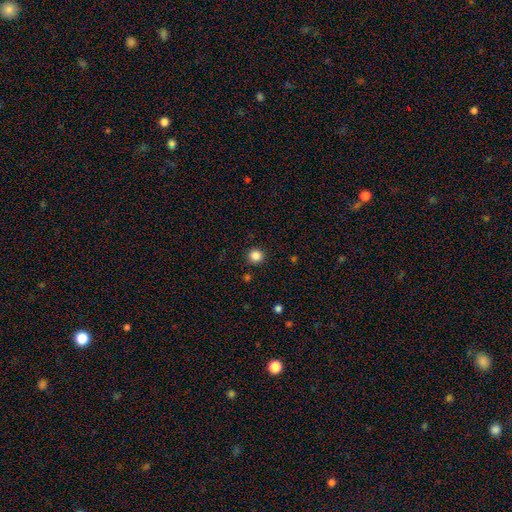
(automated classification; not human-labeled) Morphology: type=smooth (85%); roundness=round (93%); merging=none (91%).